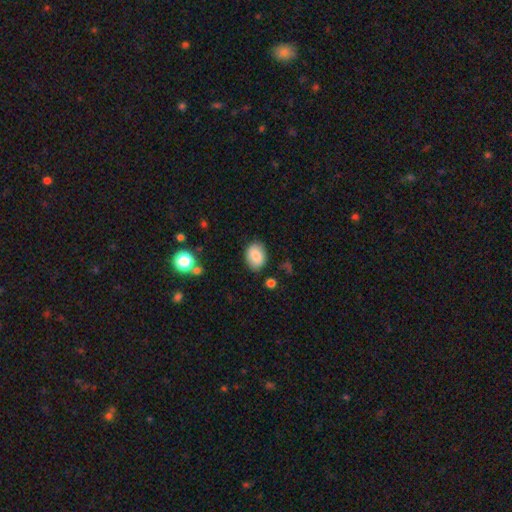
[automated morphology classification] Smooth or featured?
  - smooth: 85% *
  - star or artifact: 8%
  - featured or disk: 8%
How rounded?
  - in between: 77% *
  - round: 22%
  - cigar-shaped: 1%
Merging?
  - none: 82% *
  - minor disturbance: 13%
  - major disturbance: 3%
  - merger: 2%